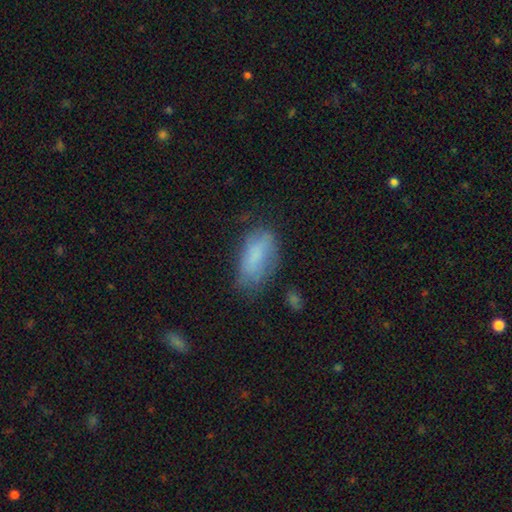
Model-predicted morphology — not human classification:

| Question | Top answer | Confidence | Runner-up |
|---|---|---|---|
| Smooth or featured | smooth | 74% | featured or disk (17%) |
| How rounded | in between | 90% | cigar-shaped (6%) |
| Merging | none | 52% | minor disturbance (31%) |